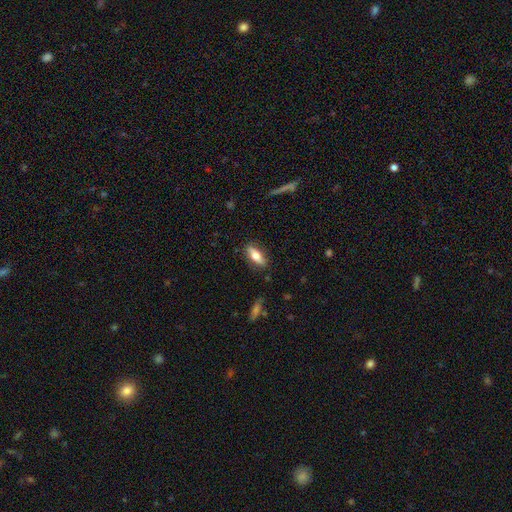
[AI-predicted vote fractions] Q: Smooth or featured?
A: smooth (61%); runner-up: featured or disk (32%)
Q: How rounded?
A: in between (66%); runner-up: cigar-shaped (31%)
Q: Merging?
A: none (85%); runner-up: minor disturbance (11%)